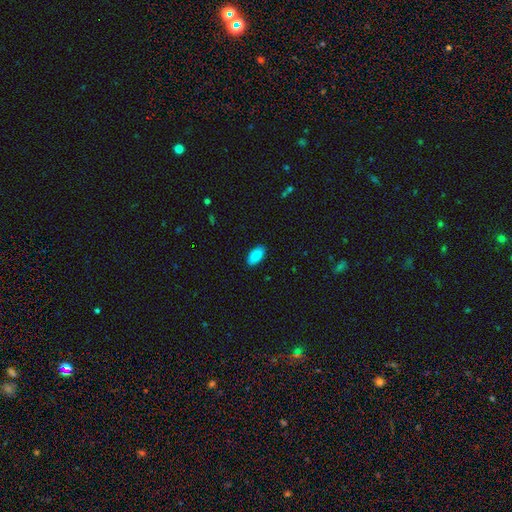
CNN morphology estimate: Smooth or featured? Predicted: smooth (p=0.87). How rounded? Predicted: in between (p=0.93). Merging? Predicted: none (p=0.89).